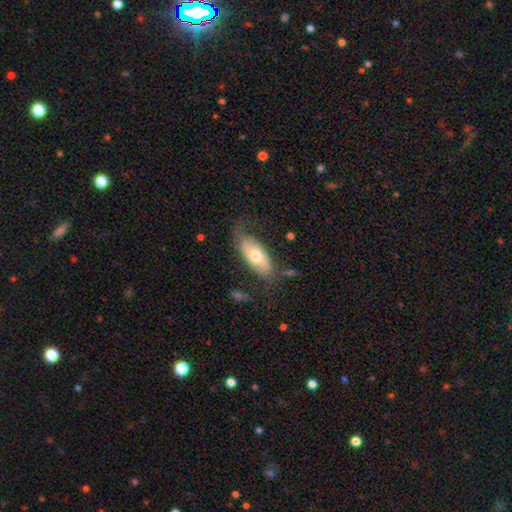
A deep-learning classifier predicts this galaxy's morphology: Smooth or featured? Predicted: smooth (p=0.55). How rounded? Predicted: in between (p=0.86). Merging? Predicted: none (p=0.61).